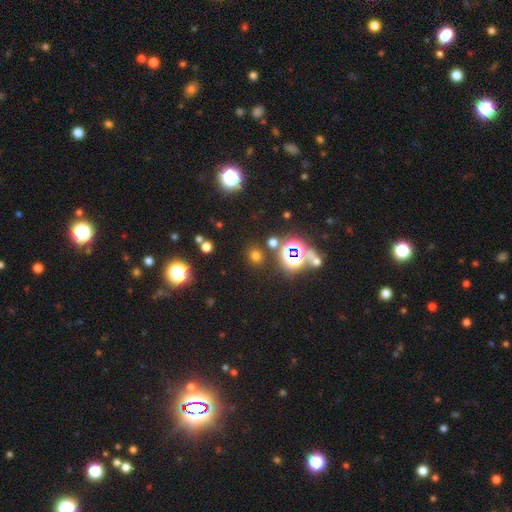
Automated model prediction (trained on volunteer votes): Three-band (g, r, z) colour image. It shows a smooth galaxy with no disk features (60%) that is round (88%). Merging: none (85%).